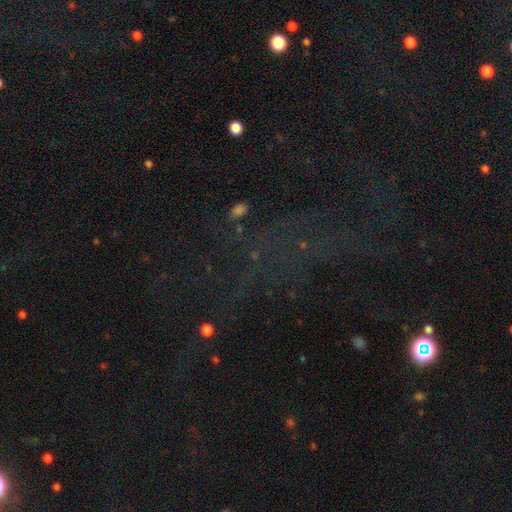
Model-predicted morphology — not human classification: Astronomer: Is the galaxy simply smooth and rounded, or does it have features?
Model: star or artifact — 66%.